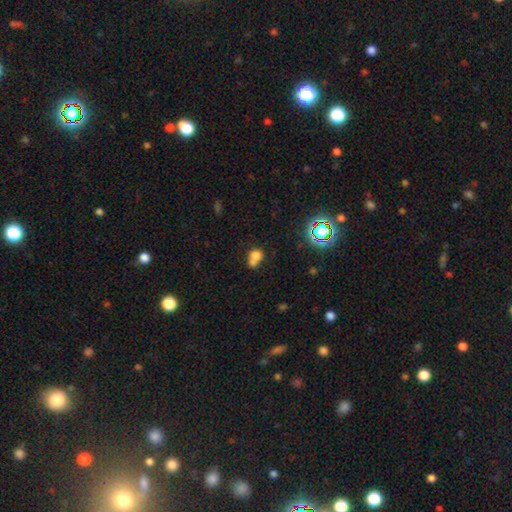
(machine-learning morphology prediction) Q: Smooth or featured?
A: smooth (70%); runner-up: star or artifact (16%)
Q: How rounded?
A: round (64%); runner-up: in between (35%)
Q: Merging?
A: merger (53%); runner-up: none (31%)